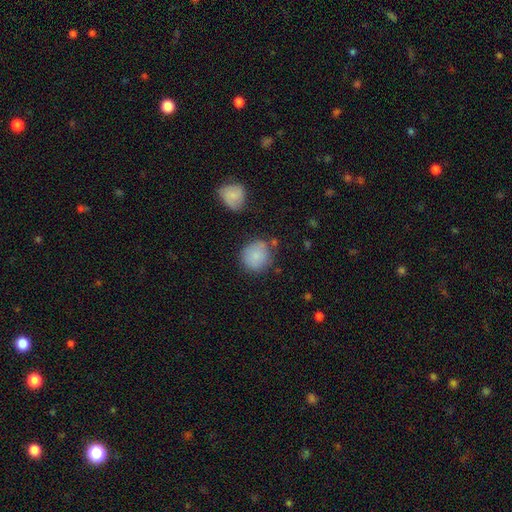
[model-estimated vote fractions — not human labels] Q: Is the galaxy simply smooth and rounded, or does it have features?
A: smooth — 84%.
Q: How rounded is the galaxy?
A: round — 87%.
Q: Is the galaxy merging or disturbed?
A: none — 71%.